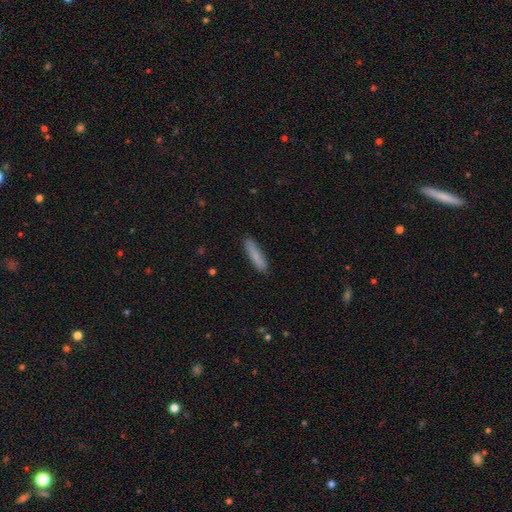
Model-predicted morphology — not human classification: Overall: smooth (84%). How rounded: cigar-shaped (82%). Merging: none (88%).